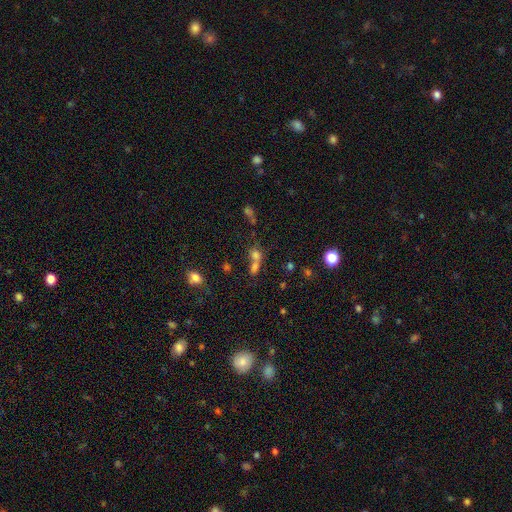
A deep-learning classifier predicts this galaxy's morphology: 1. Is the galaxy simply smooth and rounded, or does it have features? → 67% smooth, 19% star or artifact, 14% featured or disk.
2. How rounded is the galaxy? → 55% round, 40% in between, 5% cigar-shaped.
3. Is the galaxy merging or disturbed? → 60% merger, 27% none, 7% minor disturbance, 5% major disturbance.